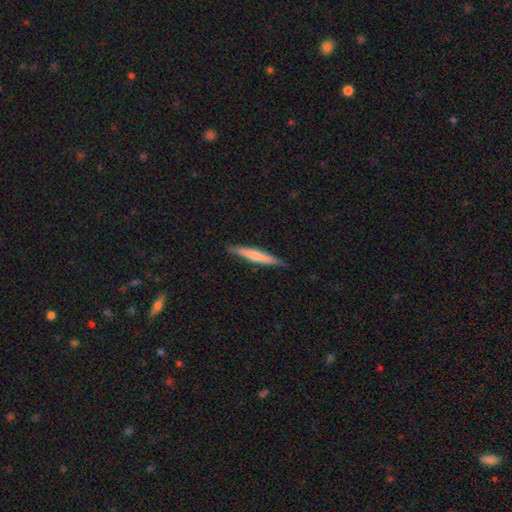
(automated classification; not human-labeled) Smooth or featured: smooth — 58% (featured or disk — 37%)
How rounded: cigar-shaped — 94% (in between — 5%)
Merging: none — 87% (minor disturbance — 11%)